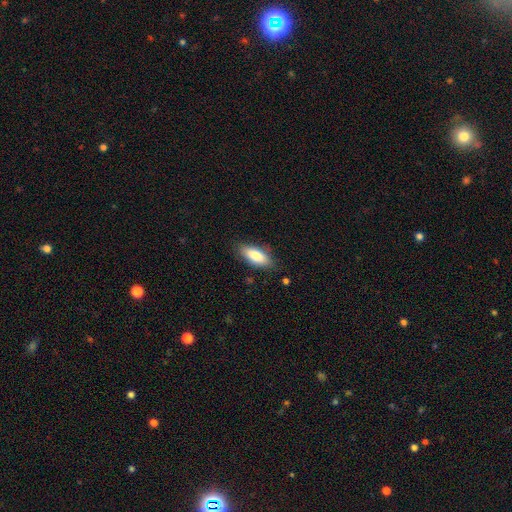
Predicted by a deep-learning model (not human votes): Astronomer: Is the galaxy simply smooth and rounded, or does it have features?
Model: smooth — 84%.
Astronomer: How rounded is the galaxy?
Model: in between — 79%.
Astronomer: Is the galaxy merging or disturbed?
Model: none — 83%.